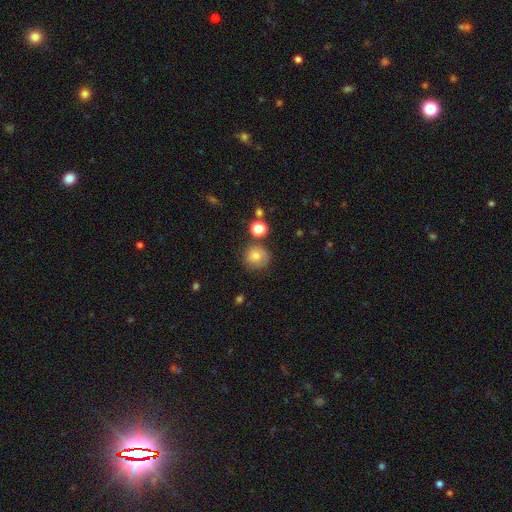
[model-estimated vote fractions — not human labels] A smooth galaxy with no disk features (76%) that is round (89%).

Vote fractions:
- Smooth or featured? smooth: 76% / featured or disk: 12% / star or artifact: 11%
- How rounded? round: 89% / in between: 10% / cigar-shaped: 1%
- Merging? none: 74% / minor disturbance: 16% / merger: 5% / major disturbance: 5%